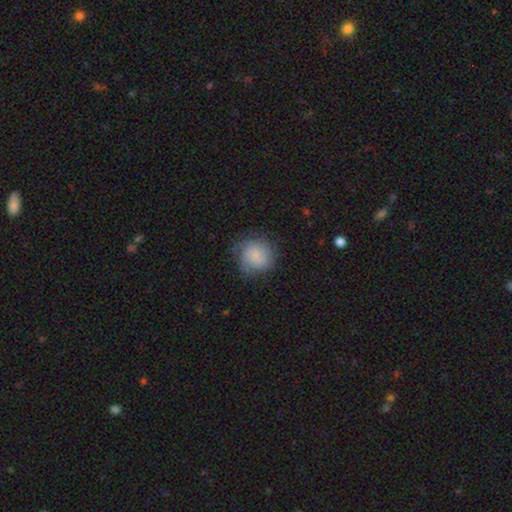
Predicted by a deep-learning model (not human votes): The model was most divided on "merging": none: 65%, minor disturbance: 23%, major disturbance: 10%, merger: 1%. More confident: how rounded — round (86%); smooth or featured — smooth (71%).